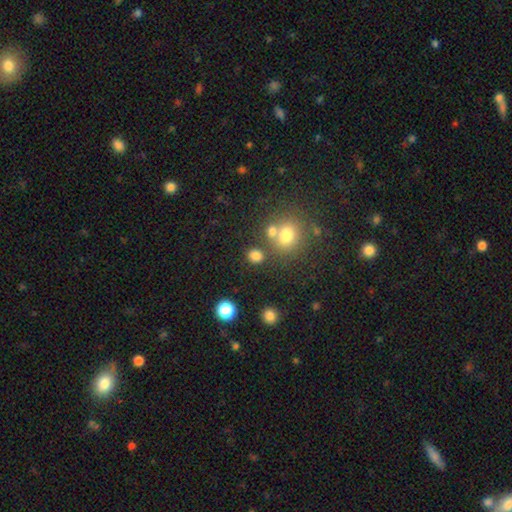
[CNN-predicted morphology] Smooth or featured? smooth (77%)
How rounded? round (62%)
Merging? none (70%)